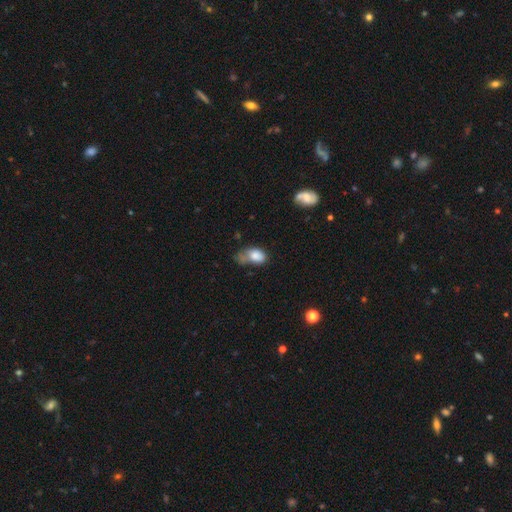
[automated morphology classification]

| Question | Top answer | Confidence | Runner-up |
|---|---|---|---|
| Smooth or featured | smooth | 79% | featured or disk (12%) |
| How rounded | in between | 84% | round (14%) |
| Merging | minor disturbance | 32% | tied: major disturbance (32%) |